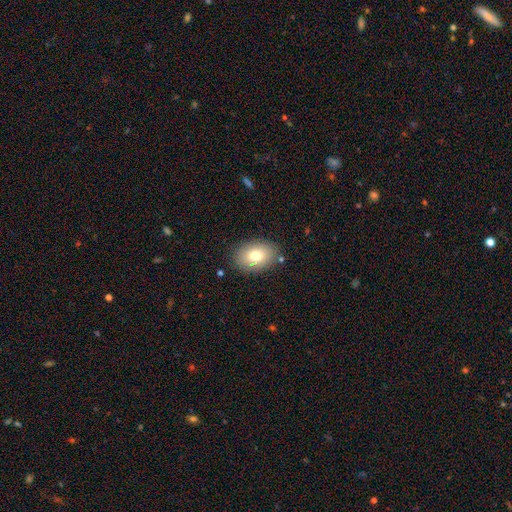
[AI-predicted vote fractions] A smooth galaxy with no disk features (76%) that is in between round and cigar-shaped (83%).

Vote fractions:
- Smooth or featured? smooth: 76% / featured or disk: 15% / star or artifact: 8%
- How rounded? in between: 83% / round: 16% / cigar-shaped: 1%
- Merging? none: 83% / minor disturbance: 12% / major disturbance: 3% / merger: 2%